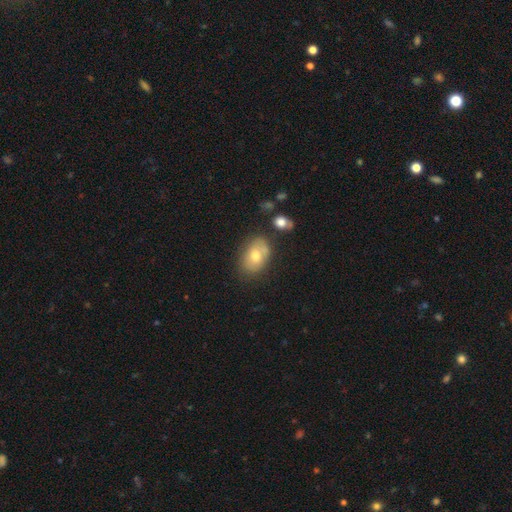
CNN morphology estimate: Q: Smooth or featured?
A: smooth (67%); runner-up: featured or disk (24%)
Q: How rounded?
A: in between (80%); runner-up: round (19%)
Q: Merging?
A: none (65%); runner-up: minor disturbance (22%)